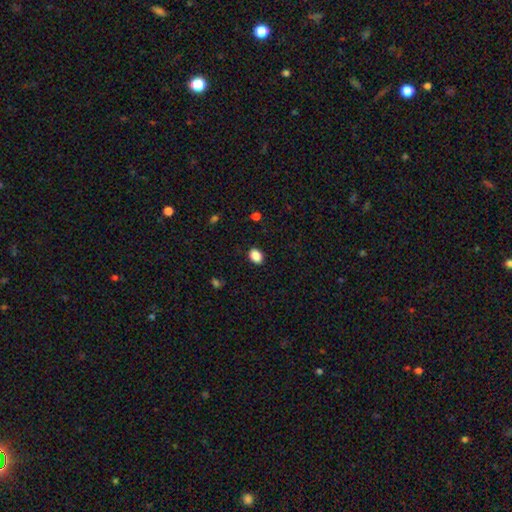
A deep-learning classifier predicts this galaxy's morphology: smooth 88%, star or artifact 8%, featured or disk 3%. Down the decision tree: how rounded — in between (73%); merging — none (89%).